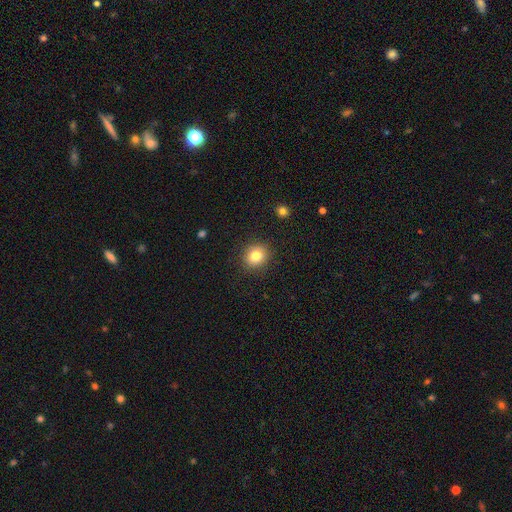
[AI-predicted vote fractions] Q: Smooth or featured?
A: smooth (81%); runner-up: star or artifact (11%)
Q: How rounded?
A: round (80%); runner-up: in between (19%)
Q: Merging?
A: none (89%); runner-up: minor disturbance (8%)